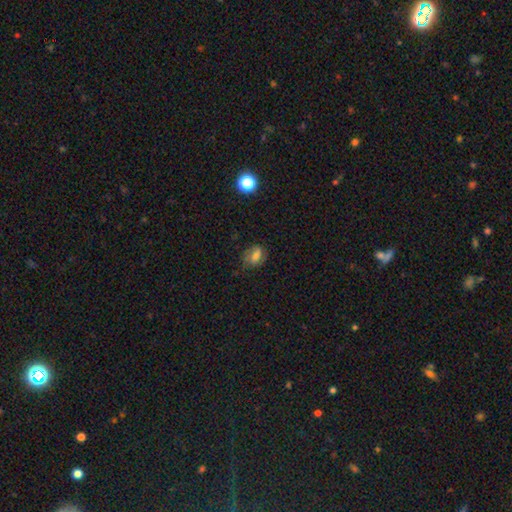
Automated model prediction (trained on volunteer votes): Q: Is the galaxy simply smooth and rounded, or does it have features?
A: smooth — 65%.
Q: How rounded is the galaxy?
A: in between — 68%.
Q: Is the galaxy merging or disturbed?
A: none — 69%.